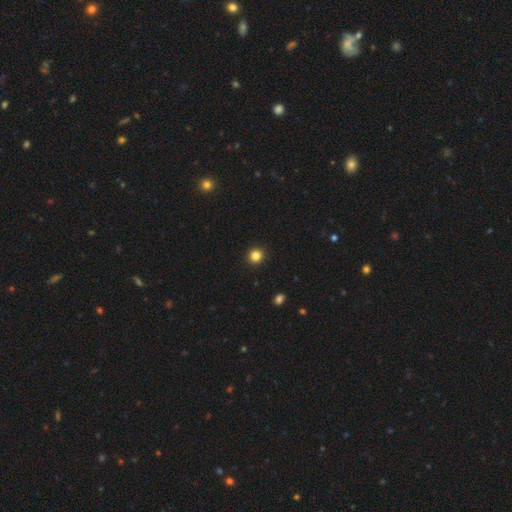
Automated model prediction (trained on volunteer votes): Morphology: type=smooth (84%); roundness=round (93%); merging=none (94%).